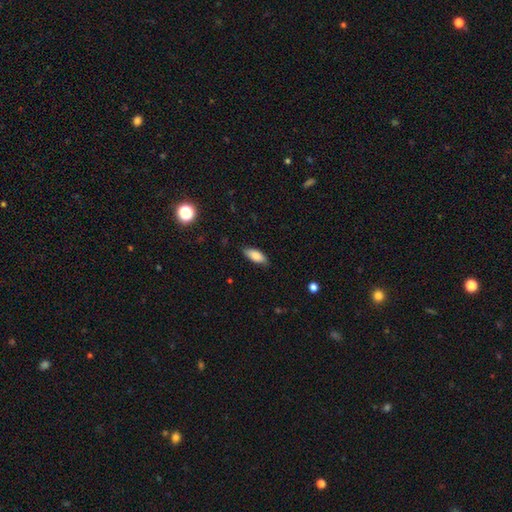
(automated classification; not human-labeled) The model was most divided on "how rounded": in between: 81%, cigar-shaped: 16%, round: 2%. More confident: merging — none (85%); smooth or featured — smooth (83%).